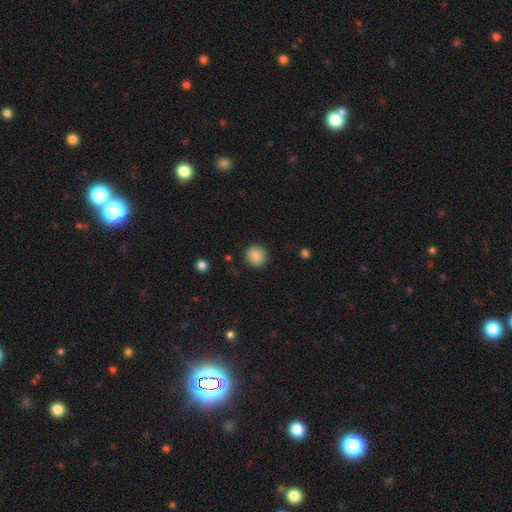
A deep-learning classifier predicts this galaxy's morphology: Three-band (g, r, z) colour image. It shows a smooth galaxy with no disk features (88%) that is round (92%). Merging: none (90%).